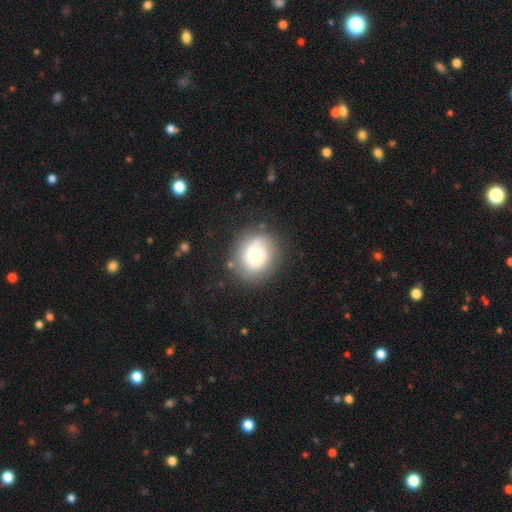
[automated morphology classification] This is possibly a featured or disk galaxy (46%). Merging: likely none (74%).